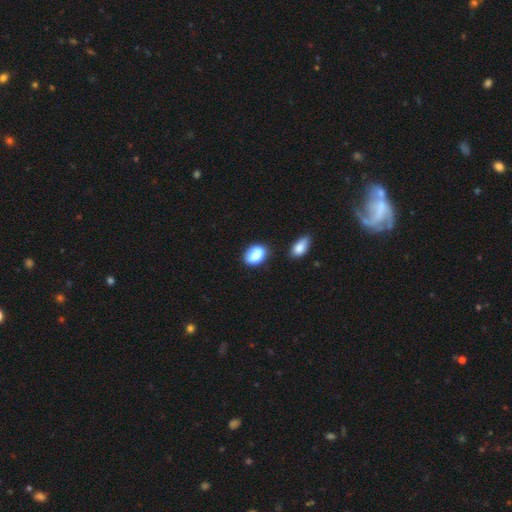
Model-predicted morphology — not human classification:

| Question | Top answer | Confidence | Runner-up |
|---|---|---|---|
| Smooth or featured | smooth | 83% | featured or disk (9%) |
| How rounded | in between | 81% | round (18%) |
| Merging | none | 58% | minor disturbance (22%) |